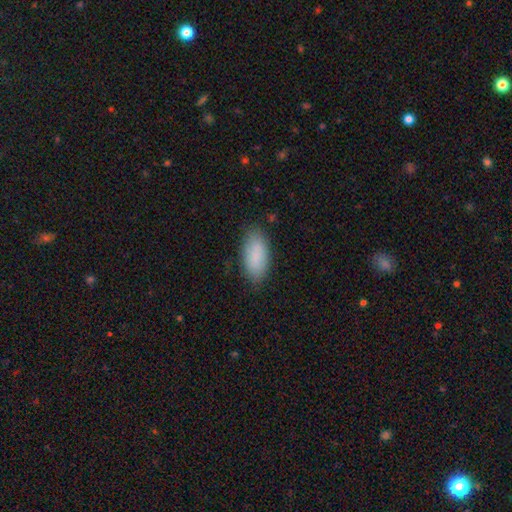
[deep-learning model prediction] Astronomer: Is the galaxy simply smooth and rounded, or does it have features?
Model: smooth — 89%.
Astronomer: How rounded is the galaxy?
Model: in between — 88%.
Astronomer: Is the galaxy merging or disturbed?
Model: none — 84%.